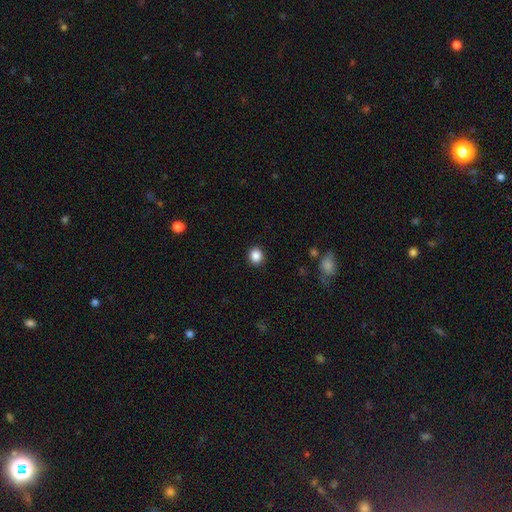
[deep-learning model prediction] Smooth or featured: smooth — 86% (star or artifact — 10%)
How rounded: round — 81% (in between — 18%)
Merging: none — 91% (minor disturbance — 6%)